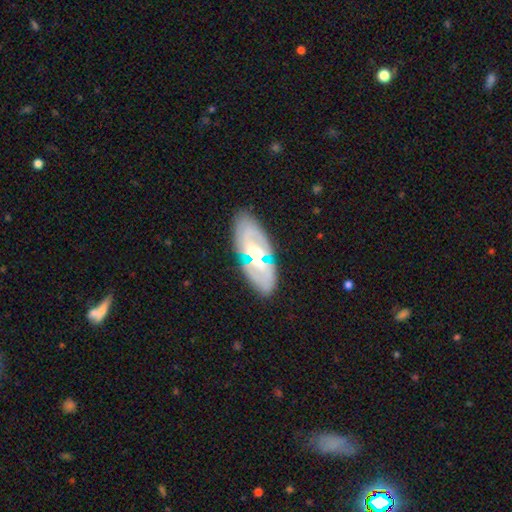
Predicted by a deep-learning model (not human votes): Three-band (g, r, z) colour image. It shows a featured or disk galaxy (70%) with a weak bar (42%), spiral arms (70%) and a moderate central bulge (67%). Merging: none (78%).